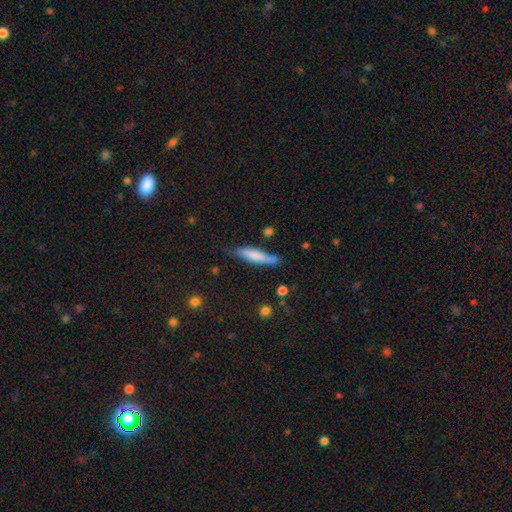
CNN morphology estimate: Overall: smooth (64%; featured or disk 29%). How rounded: cigar-shaped (82%). Merging: none (64%; minor disturbance 25%).